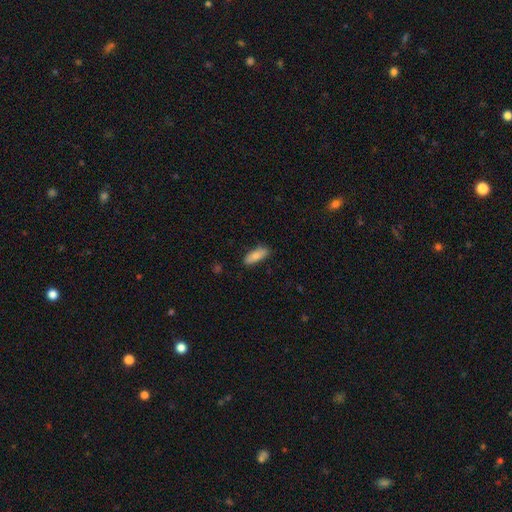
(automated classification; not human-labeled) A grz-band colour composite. It shows a smooth galaxy with no disk features (78%) that is in between round and cigar-shaped (68%). Merging: none (83%).